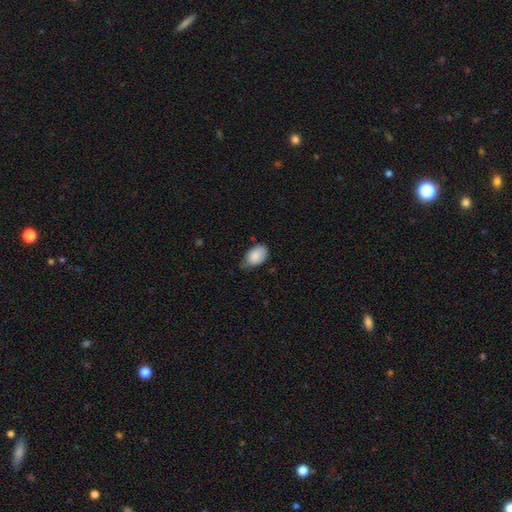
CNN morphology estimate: Smooth or featured? smooth (88%)
How rounded? in between (90%)
Merging? none (56%)